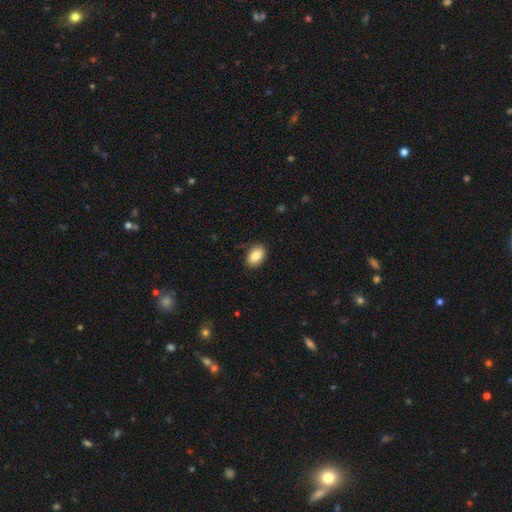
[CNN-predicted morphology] A smooth galaxy with no disk features (84%) that is in between round and cigar-shaped (87%). Merging: none (87%).